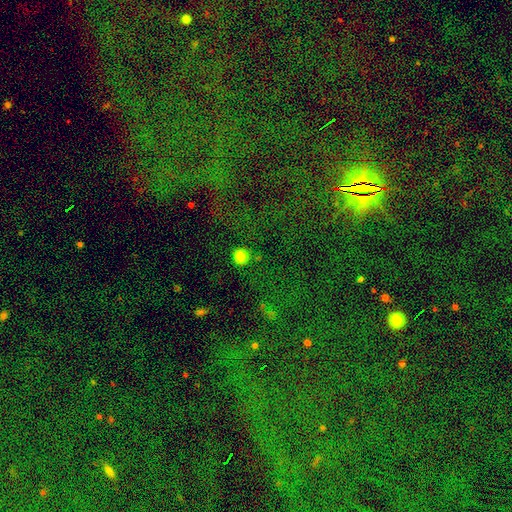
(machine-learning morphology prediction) Smooth or featured? Predicted: star or artifact (p=0.73).